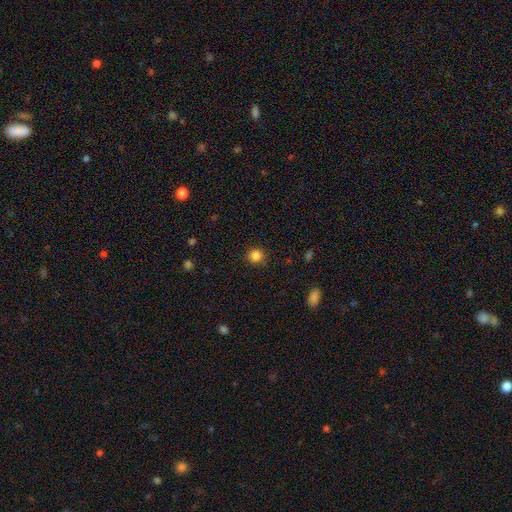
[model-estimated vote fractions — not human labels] smooth-or-featured: smooth: 85% | star or artifact: 11% | featured or disk: 4%
  how-rounded: round: 91% | in between: 8% | cigar-shaped: 1%
  merging: none: 90% | minor disturbance: 7% | major disturbance: 2% | merger: 1%